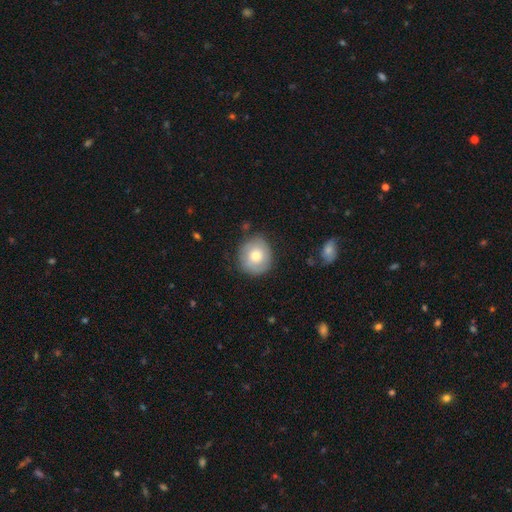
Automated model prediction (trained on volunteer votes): Overall: smooth (63%; featured or disk 30%). How rounded: round (90%). Merging: none (80%).